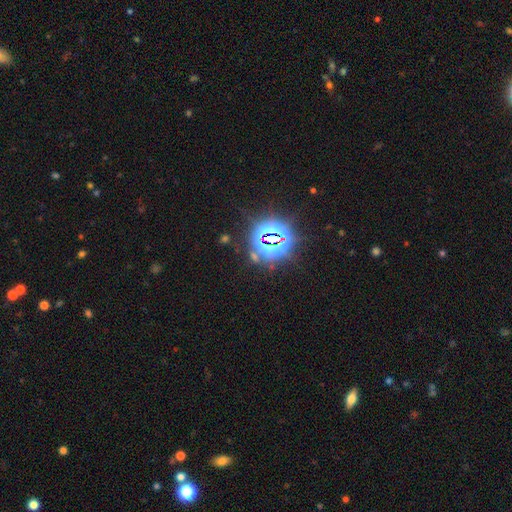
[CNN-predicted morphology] Smooth or featured?
  - star or artifact: 82% *
  - smooth: 11%
  - featured or disk: 8%